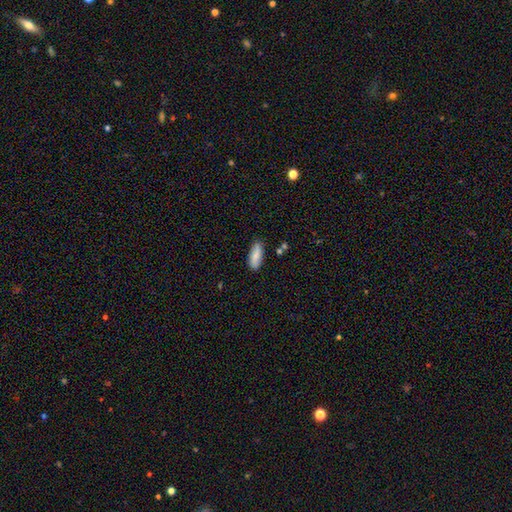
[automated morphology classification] Smooth or featured? smooth (79%)
How rounded? in between (70%)
Merging? none (79%)